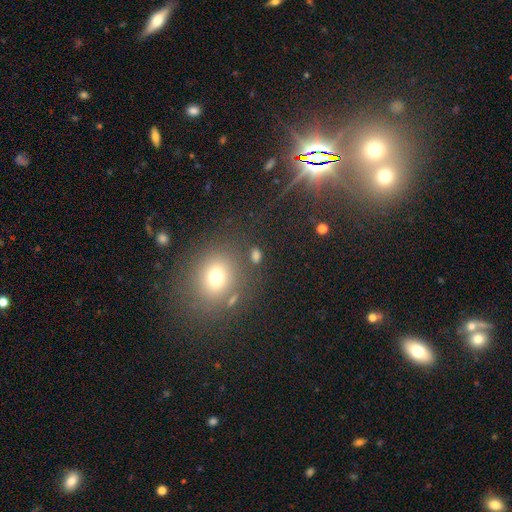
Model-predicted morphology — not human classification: Smooth or featured?
  - smooth: 67% *
  - star or artifact: 24%
  - featured or disk: 9%
How rounded?
  - in between: 51% *
  - round: 46%
  - cigar-shaped: 3%
Merging?
  - none: 76% *
  - minor disturbance: 11%
  - merger: 8%
  - major disturbance: 6%